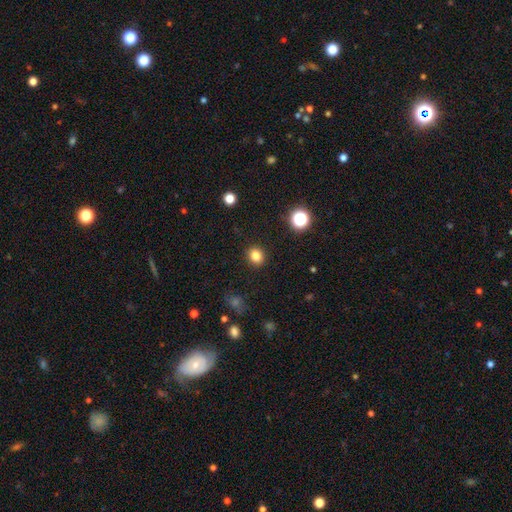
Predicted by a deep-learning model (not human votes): smooth 82%, star or artifact 13%, featured or disk 5%. Down the decision tree: how rounded — round (75%); merging — none (91%).